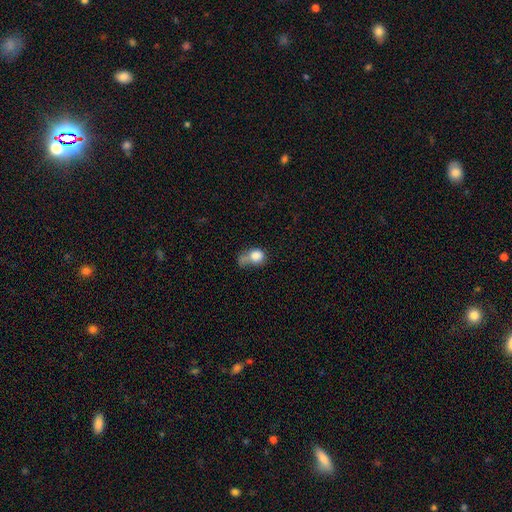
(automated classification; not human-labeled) Overall: smooth (79%). How rounded: round (58%; in between 40%). Merging: major disturbance (29%; merger 26%).